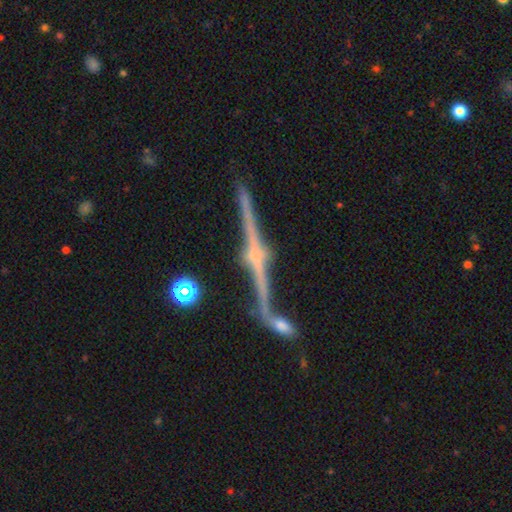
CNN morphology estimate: This appears to be a featured or disk galaxy (89%) viewed edge-on (98%) with a rounded central bulge (86%). Merging: none (76%).